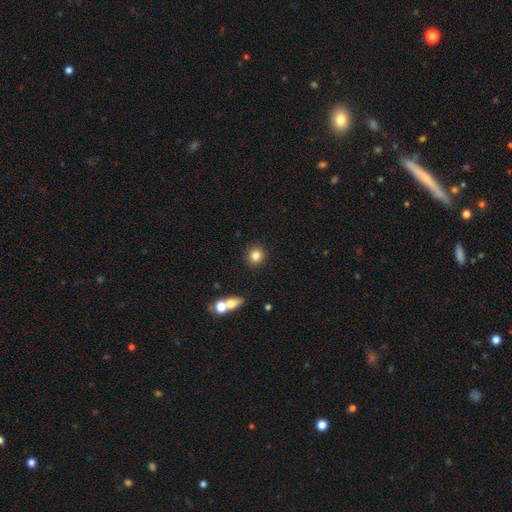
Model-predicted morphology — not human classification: This is clearly a smooth galaxy (83%). How rounded: clearly round (89%). Merging: clearly none (89%).